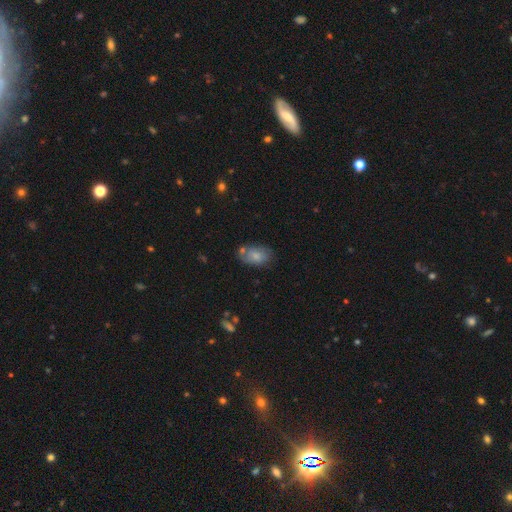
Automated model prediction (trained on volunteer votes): Overall: smooth (75%). How rounded: in between (90%). Merging: none (59%; minor disturbance 22%).